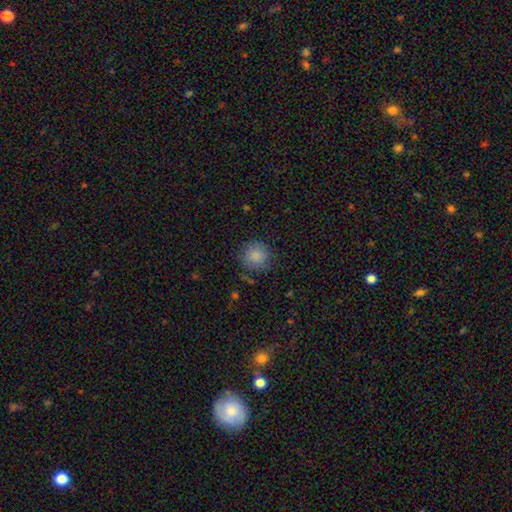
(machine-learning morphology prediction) A smooth galaxy with no disk features (85%) that is round (92%). Merging: none (82%).